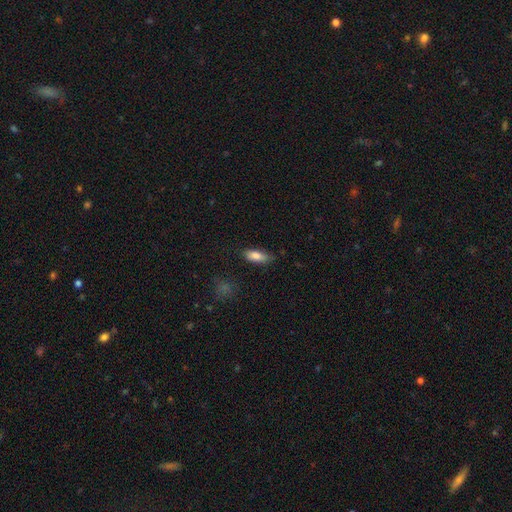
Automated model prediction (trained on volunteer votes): This is clearly a smooth galaxy (83%). How rounded: likely in between (75%). Merging: likely none (76%).